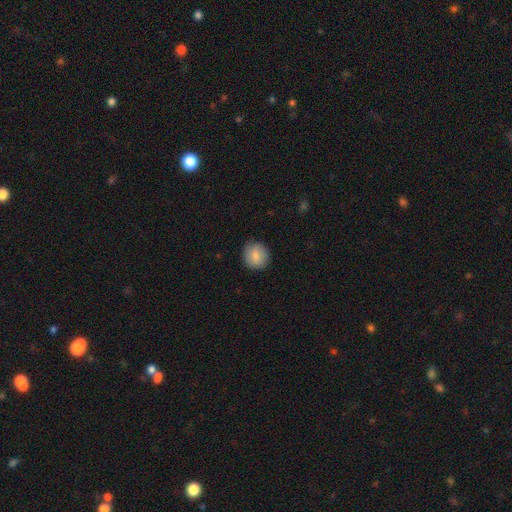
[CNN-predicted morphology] Smooth or featured?
  - smooth: 81% *
  - featured or disk: 11%
  - star or artifact: 8%
How rounded?
  - round: 89% *
  - in between: 10%
  - cigar-shaped: 1%
Merging?
  - none: 88% *
  - minor disturbance: 9%
  - major disturbance: 2%
  - merger: 1%